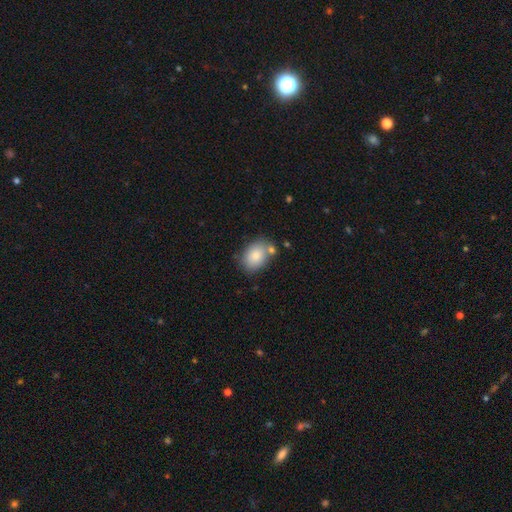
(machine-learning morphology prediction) Overall: smooth (82%). How rounded: in between (75%). Merging: none (71%).